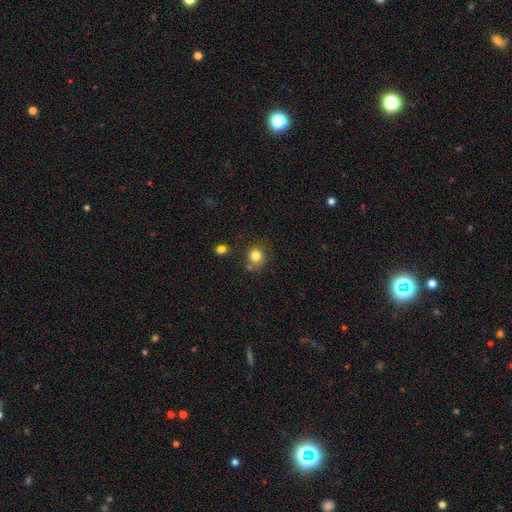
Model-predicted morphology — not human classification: smooth-or-featured: smooth: 82% | star or artifact: 11% | featured or disk: 7%
  how-rounded: round: 82% | in between: 17% | cigar-shaped: 1%
  merging: none: 69% | minor disturbance: 16% | merger: 10% | major disturbance: 5%